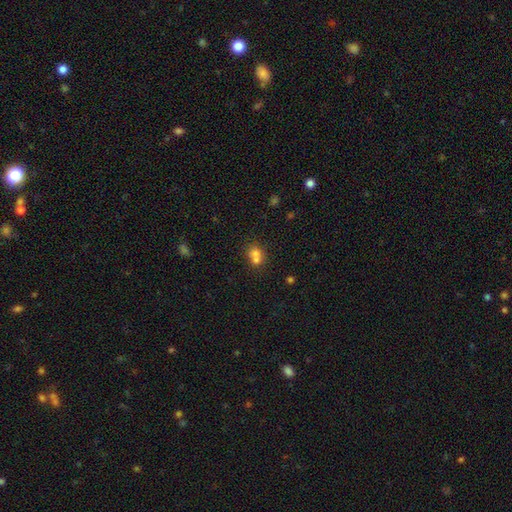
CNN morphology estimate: Overall: smooth (69%). How rounded: round (66%; in between 33%). Merging: merger (64%; none 27%).